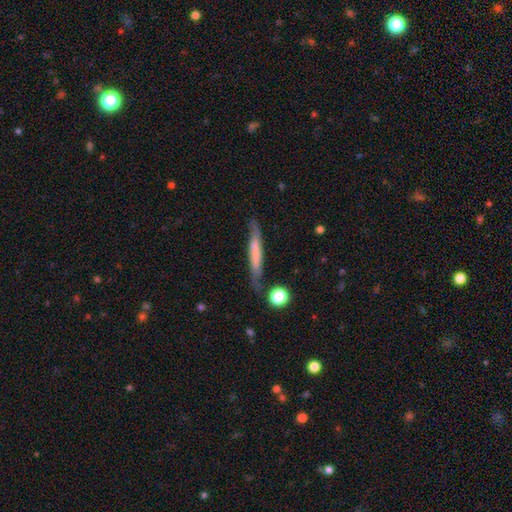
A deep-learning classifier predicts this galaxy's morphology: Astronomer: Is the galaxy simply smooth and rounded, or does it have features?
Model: smooth — 48% (runner-up: featured or disk, 45%).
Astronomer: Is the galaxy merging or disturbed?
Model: none — 71%.